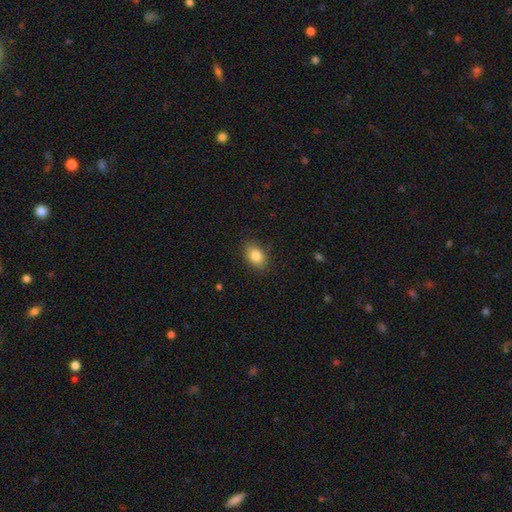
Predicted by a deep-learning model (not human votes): Smooth or featured? smooth (84%)
How rounded? in between (82%)
Merging? none (86%)